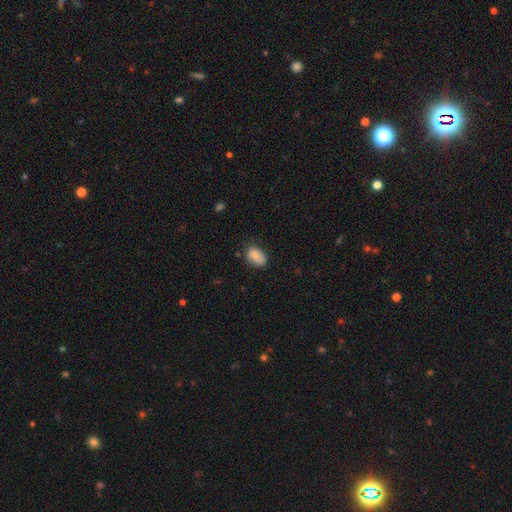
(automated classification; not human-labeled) smooth 78%, featured or disk 15%, star or artifact 8%. Down the decision tree: how rounded — in between (81%); merging — none (71%).